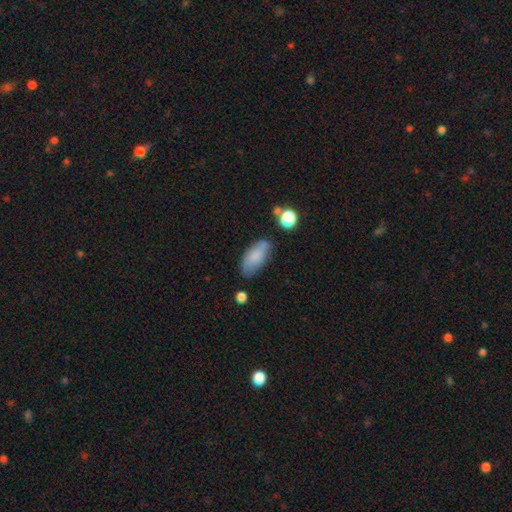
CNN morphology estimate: smooth_or_featured: smooth (p=0.79) [alt: featured or disk p=0.13]
how_rounded: in between (p=0.85) [alt: cigar-shaped p=0.12]
merging: none (p=0.66) [alt: minor disturbance p=0.23]